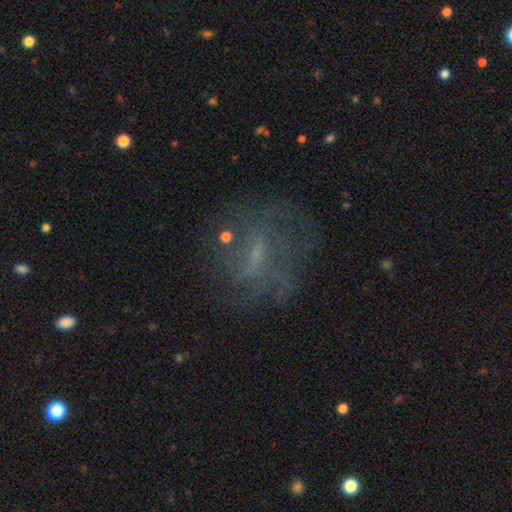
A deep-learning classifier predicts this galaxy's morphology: Smooth or featured: featured or disk — 54% (smooth — 26%)
Edge-on disk: no — 95% (yes — 5%)
Bar: no — 44% (tied with weak — 44%)
Spiral arms: no — 55% (yes — 45%)
Bulge size: small — 56% (none — 25%)
Merging: none — 59% (major disturbance — 21%)